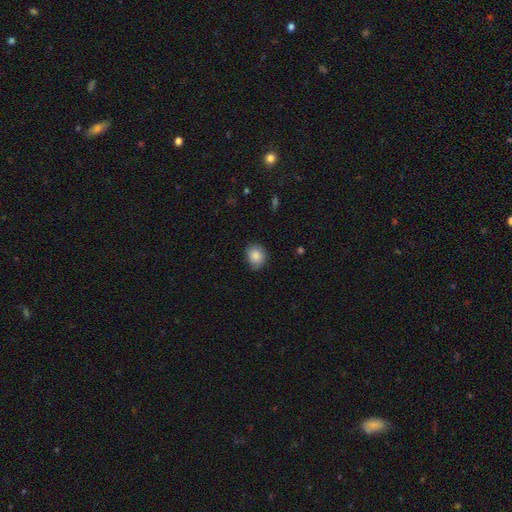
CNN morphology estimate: type=smooth (85%); roundness=round (62%); merging=none (77%).